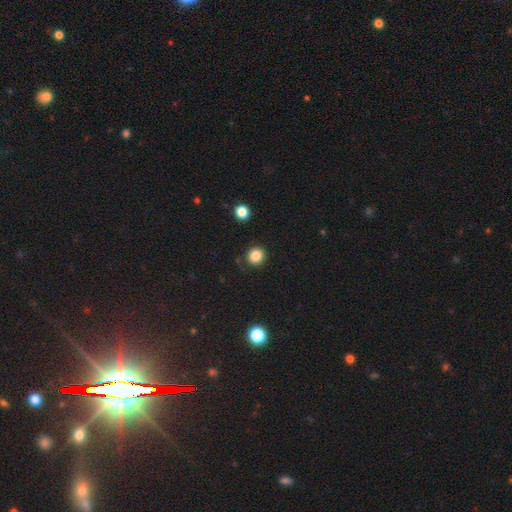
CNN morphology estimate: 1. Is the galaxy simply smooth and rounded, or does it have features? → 85% smooth, 11% star or artifact, 4% featured or disk.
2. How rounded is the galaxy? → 90% round, 9% in between, 1% cigar-shaped.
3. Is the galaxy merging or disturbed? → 89% none, 7% minor disturbance, 2% major disturbance, 2% merger.